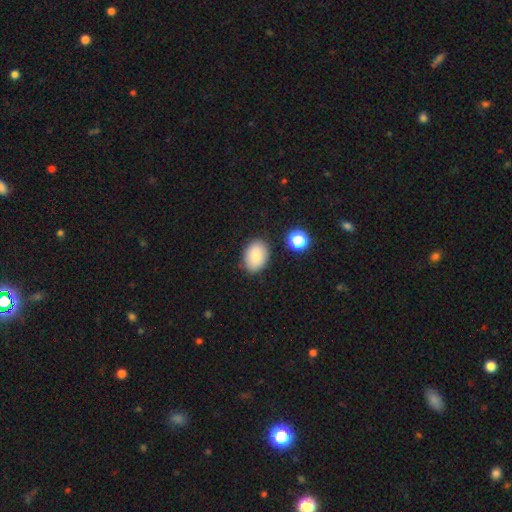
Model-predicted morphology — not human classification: This is clearly a smooth galaxy (83%). How rounded: likely in between (78%). Merging: clearly none (84%).